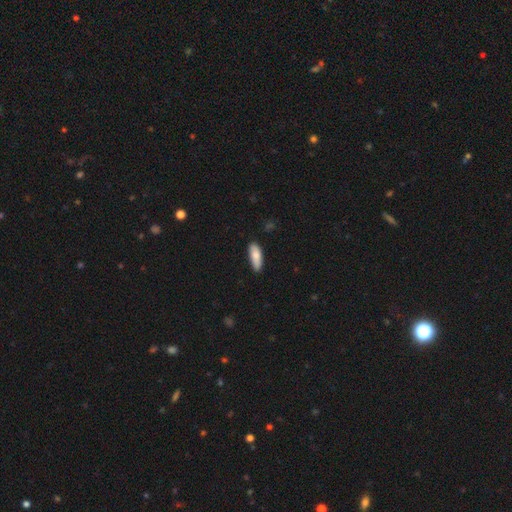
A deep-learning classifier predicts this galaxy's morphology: Smooth or featured: smooth — 80% (featured or disk — 14%)
How rounded: in between — 66% (cigar-shaped — 32%)
Merging: none — 81% (minor disturbance — 15%)